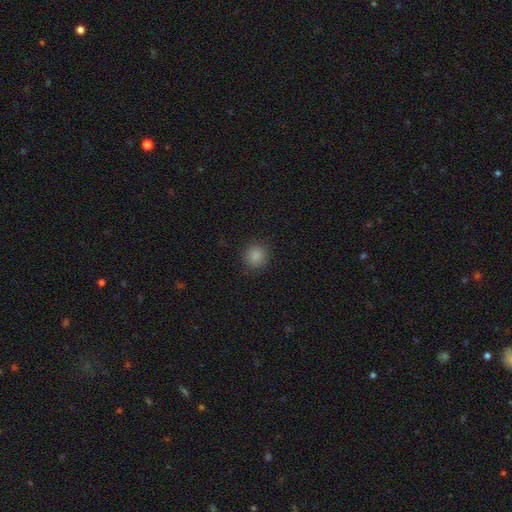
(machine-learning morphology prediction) smooth-or-featured: smooth: 86% | star or artifact: 11% | featured or disk: 3%
  how-rounded: round: 87% | in between: 12% | cigar-shaped: 1%
  merging: none: 89% | minor disturbance: 8% | major disturbance: 3% | merger: 1%